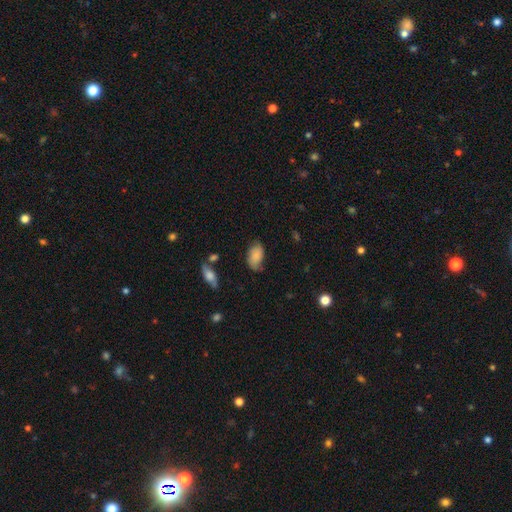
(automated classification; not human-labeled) Smooth or featured? Predicted: smooth (p=0.78). How rounded? Predicted: in between (p=0.92). Merging? Predicted: none (p=0.53).